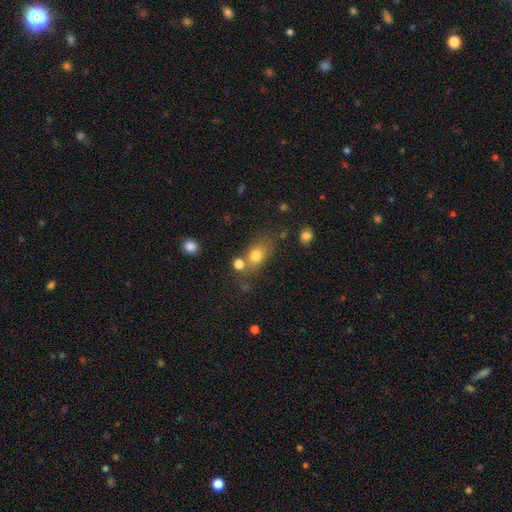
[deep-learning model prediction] Overall: smooth (77%). How rounded: in between (67%; round 29%). Merging: none (56%; merger 19%).